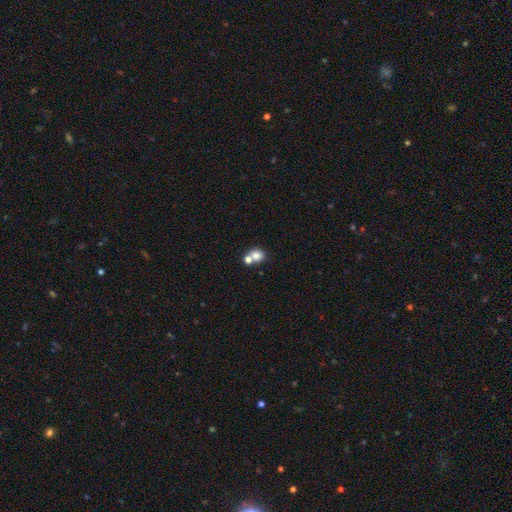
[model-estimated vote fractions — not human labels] Q: Smooth or featured?
A: smooth (78%); runner-up: star or artifact (11%)
Q: How rounded?
A: round (64%); runner-up: in between (34%)
Q: Merging?
A: merger (46%); runner-up: none (42%)